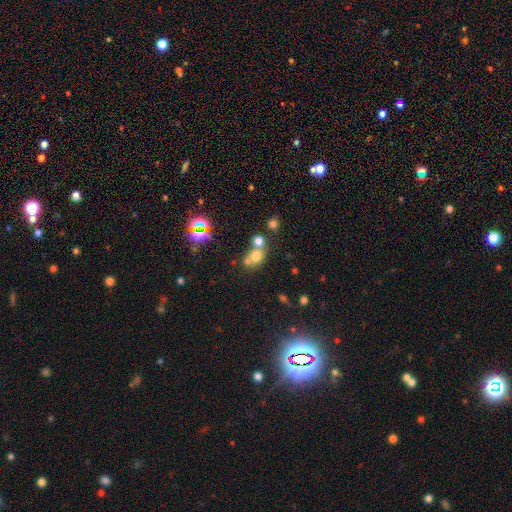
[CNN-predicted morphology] Smooth or featured? smooth (64%)
How rounded? round (71%)
Merging? merger (47%)